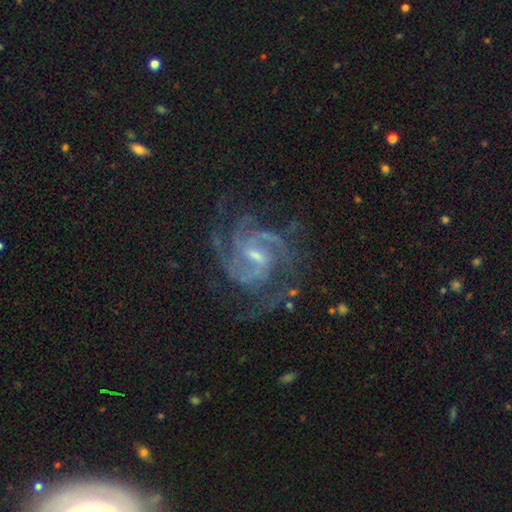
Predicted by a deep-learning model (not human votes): The model was most divided on "spiral winding": medium: 49%, tight: 42%, loose: 8%. Remaining: spiral arms — yes (98%); edge-on disk — no (98%); smooth or featured — featured or disk (91%); merging — none (69%); bulge size — small (60%); bar — weak (58%); spiral arm count — 3 (34%).